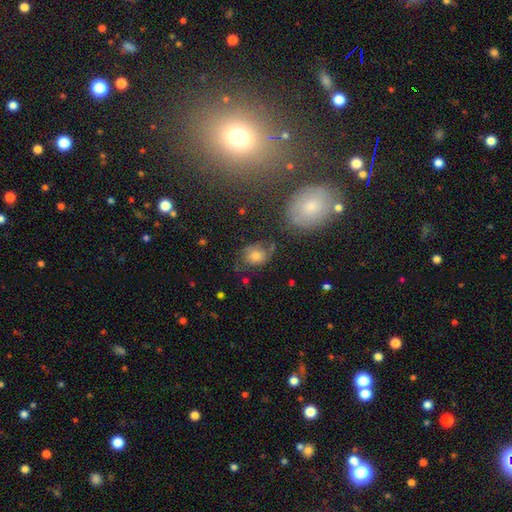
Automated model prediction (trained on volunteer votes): Q: Smooth or featured?
A: smooth (55%); runner-up: featured or disk (31%)
Q: How rounded?
A: round (52%); runner-up: in between (47%)
Q: Merging?
A: none (57%); runner-up: minor disturbance (24%)